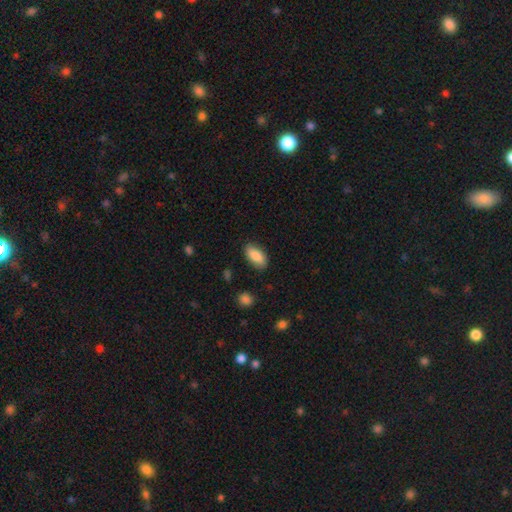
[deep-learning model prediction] smooth_or_featured: smooth (p=0.84) [alt: featured or disk p=0.09]
how_rounded: in between (p=0.91) [alt: cigar-shaped p=0.06]
merging: none (p=0.85) [alt: minor disturbance p=0.11]